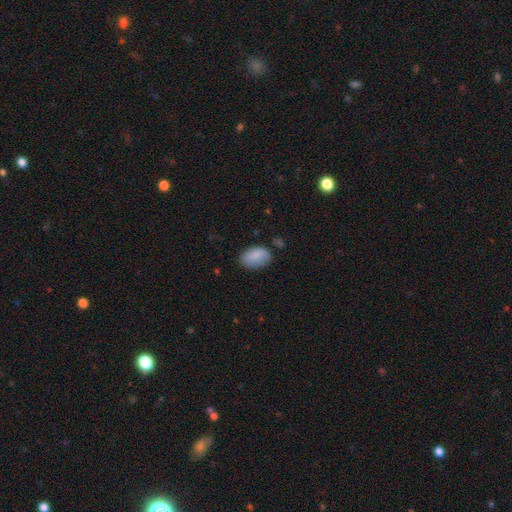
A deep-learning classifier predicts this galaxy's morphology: Q: Smooth or featured?
A: smooth (85%); runner-up: featured or disk (8%)
Q: How rounded?
A: in between (91%); runner-up: round (8%)
Q: Merging?
A: none (71%); runner-up: minor disturbance (21%)